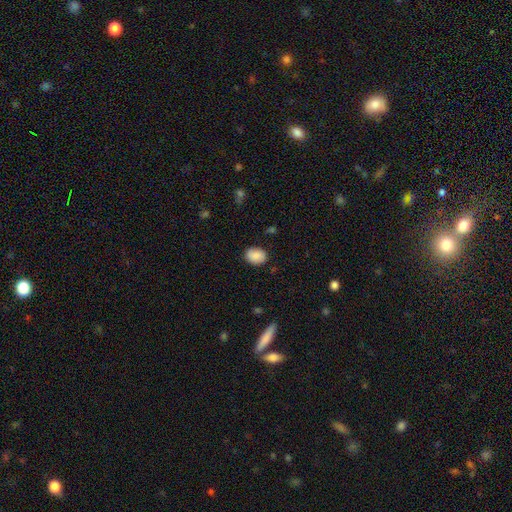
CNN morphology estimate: This is clearly a smooth galaxy (86%). How rounded: possibly in between (59%). Merging: clearly none (84%).